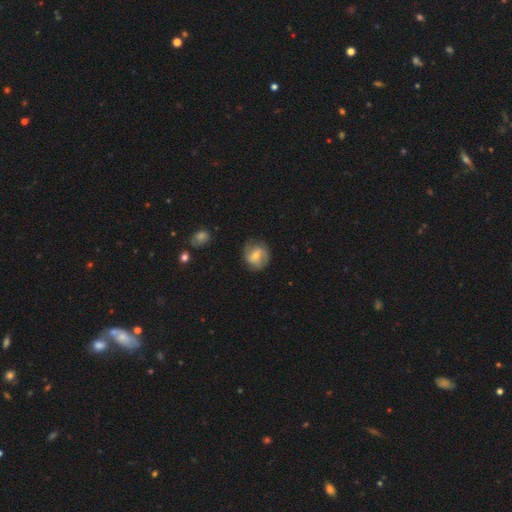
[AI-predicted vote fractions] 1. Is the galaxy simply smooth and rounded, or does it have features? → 49% featured or disk, 43% smooth, 7% star or artifact.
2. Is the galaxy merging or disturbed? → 76% none, 17% minor disturbance, 6% major disturbance, 1% merger.